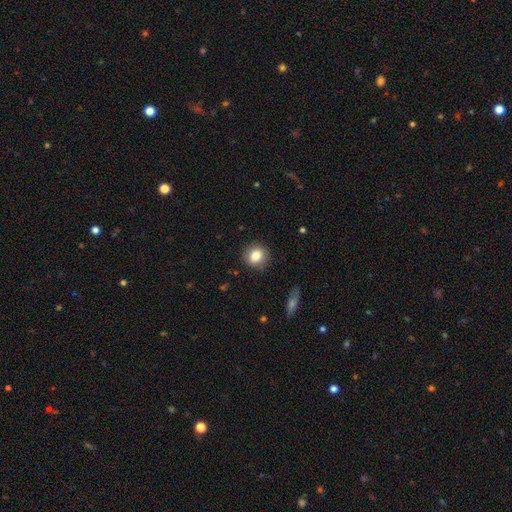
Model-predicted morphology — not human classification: smooth_or_featured: smooth (p=0.83) [alt: star or artifact p=0.09]
how_rounded: round (p=0.83) [alt: in between p=0.16]
merging: none (p=0.88) [alt: minor disturbance p=0.08]